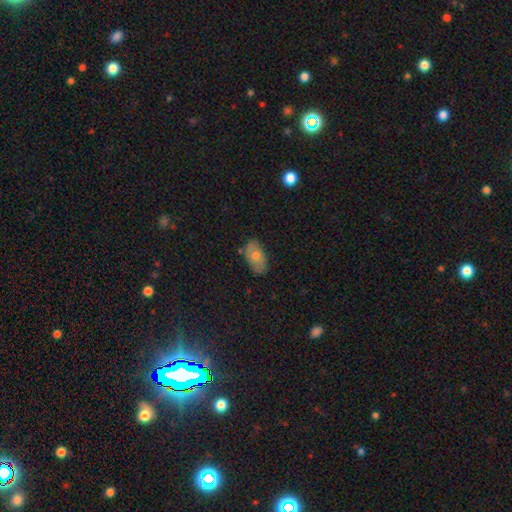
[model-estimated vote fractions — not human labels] smooth-or-featured: smooth: 60% | featured or disk: 31% | star or artifact: 10%
  how-rounded: in between: 91% | round: 7% | cigar-shaped: 3%
  merging: none: 78% | minor disturbance: 18% | major disturbance: 3% | merger: 2%